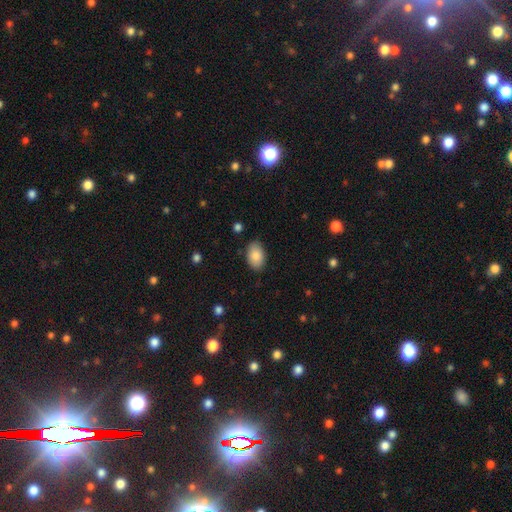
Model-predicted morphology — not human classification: Q: Smooth or featured?
A: smooth (86%); runner-up: featured or disk (8%)
Q: How rounded?
A: in between (90%); runner-up: round (9%)
Q: Merging?
A: none (85%); runner-up: minor disturbance (11%)